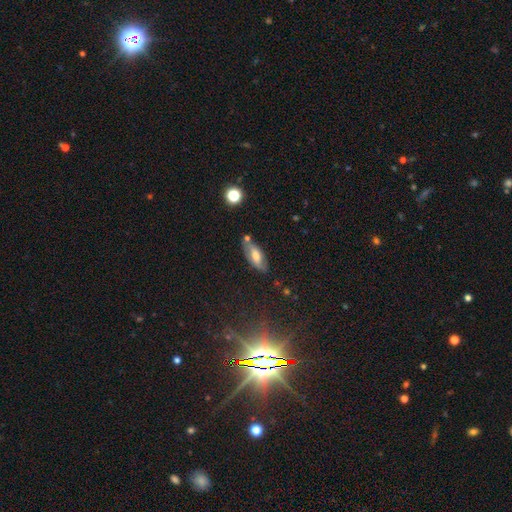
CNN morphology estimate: A smooth galaxy with no disk features (51%) that is in between round and cigar-shaped (77%). Merging: none (69%).